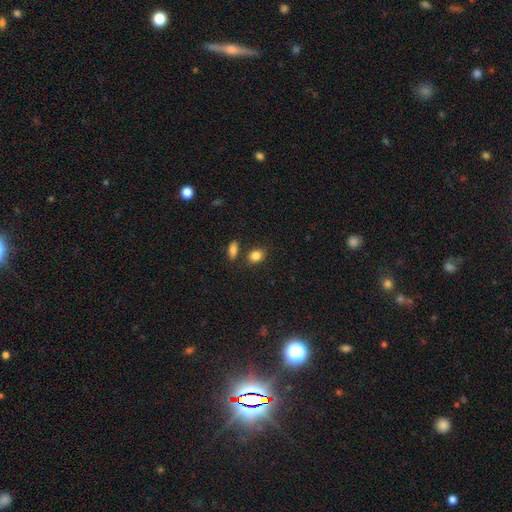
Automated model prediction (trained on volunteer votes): Overall: smooth (85%). How rounded: in between (70%). Merging: none (75%).